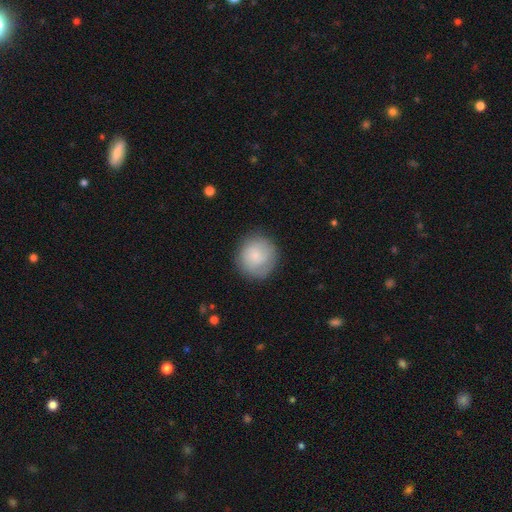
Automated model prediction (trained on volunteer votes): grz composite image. It shows a smooth galaxy with no disk features (71%) that is round (93%). Merging: none (81%).